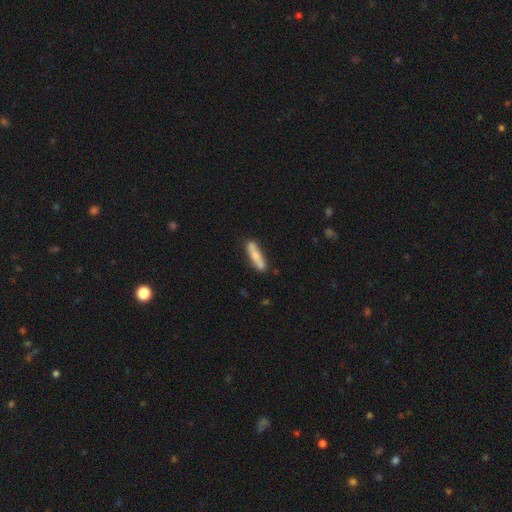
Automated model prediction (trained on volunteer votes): Smooth or featured?
  - smooth: 69% *
  - featured or disk: 26%
  - star or artifact: 5%
How rounded?
  - cigar-shaped: 84% *
  - in between: 15%
  - round: 2%
Merging?
  - none: 79% *
  - minor disturbance: 15%
  - merger: 4%
  - major disturbance: 3%